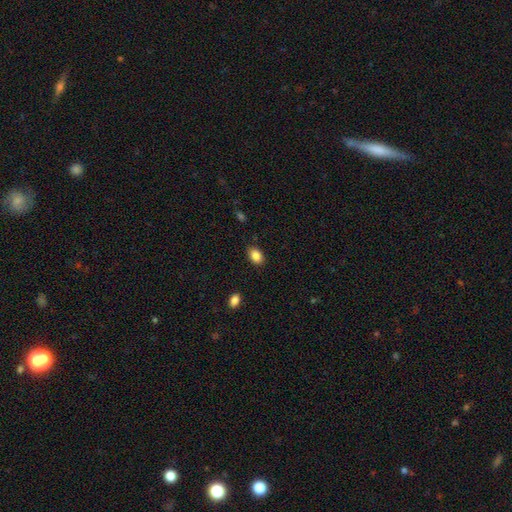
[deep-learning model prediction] Smooth or featured? smooth (87%)
How rounded? in between (83%)
Merging? none (86%)